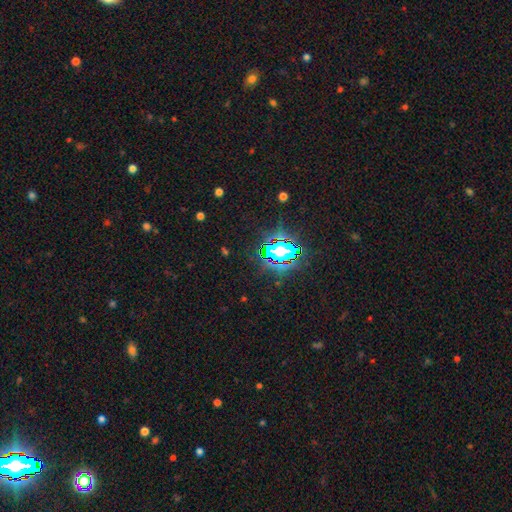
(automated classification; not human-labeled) Overall: star or artifact (81%).